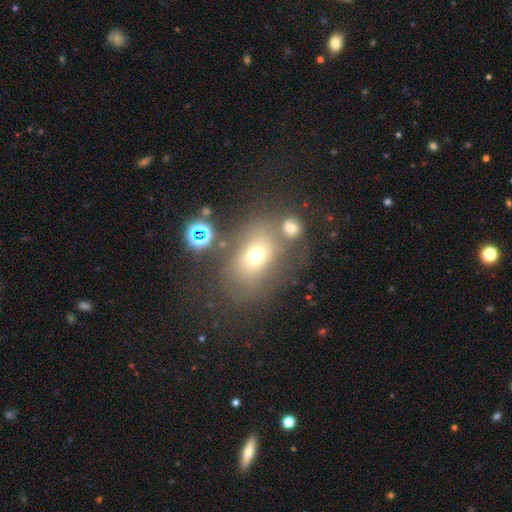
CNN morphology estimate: Smooth or featured: smooth — 66% (featured or disk — 18%)
How rounded: in between — 66% (round — 32%)
Merging: none — 56% (minor disturbance — 17%)